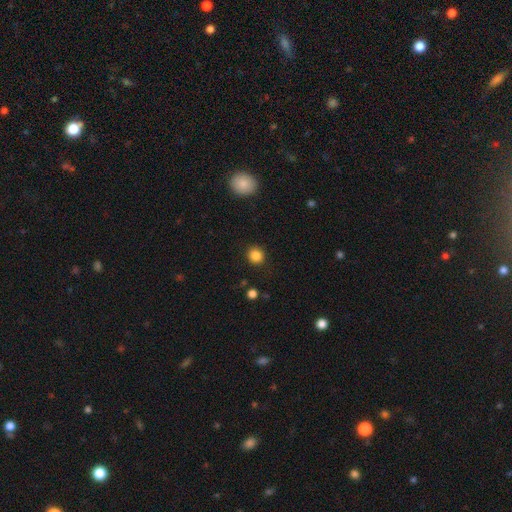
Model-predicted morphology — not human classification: The model was most divided on "smooth or featured": smooth: 85%, star or artifact: 11%, featured or disk: 4%. More confident: merging — none (90%); how rounded — round (87%).